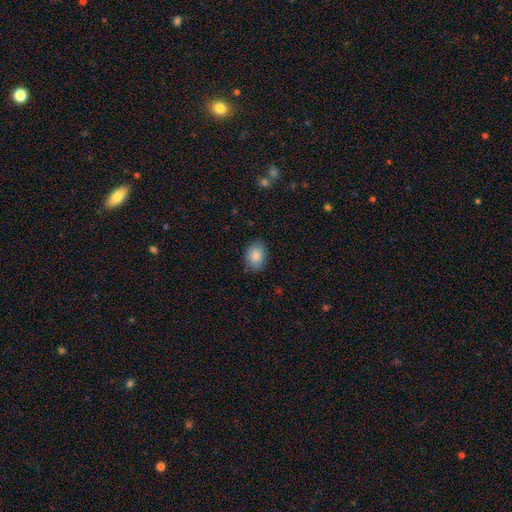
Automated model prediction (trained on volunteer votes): Smooth or featured? Predicted: smooth (p=0.88). How rounded? Predicted: in between (p=0.70). Merging? Predicted: none (p=0.82).